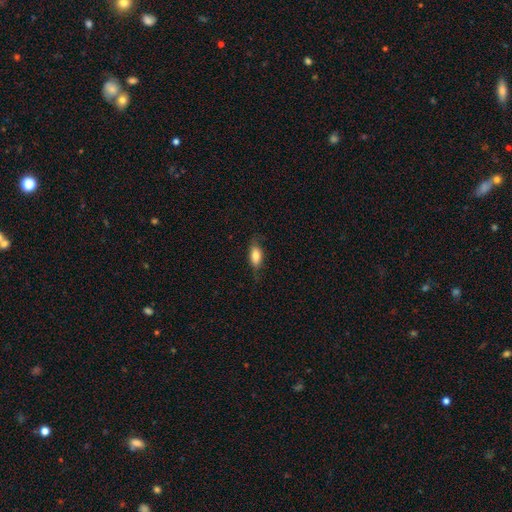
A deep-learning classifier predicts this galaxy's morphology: A smooth galaxy with no disk features (78%) that is in between round and cigar-shaped (81%).

Vote fractions:
- Smooth or featured? smooth: 78% / featured or disk: 15% / star or artifact: 7%
- How rounded? in between: 81% / cigar-shaped: 15% / round: 4%
- Merging? none: 72% / minor disturbance: 21% / major disturbance: 6% / merger: 1%